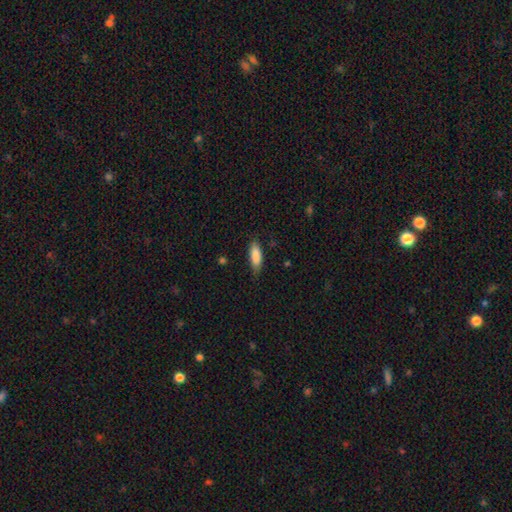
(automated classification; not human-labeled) Smooth or featured: smooth — 87% (featured or disk — 7%)
How rounded: in between — 64% (cigar-shaped — 34%)
Merging: none — 77% (minor disturbance — 18%)